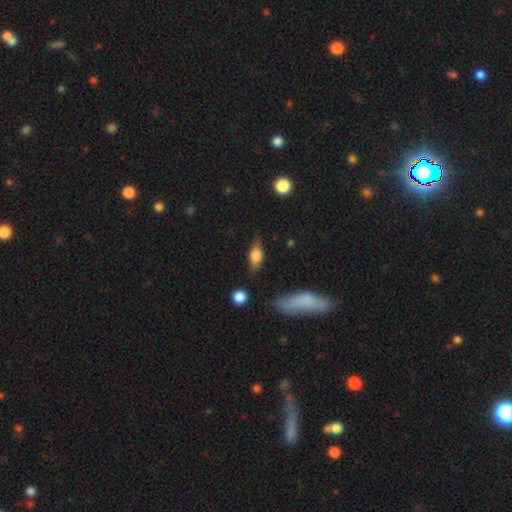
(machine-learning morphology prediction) The model was most divided on "smooth or featured": smooth: 65%, featured or disk: 27%, star or artifact: 8%. More confident: merging — none (75%); how rounded — in between (74%).